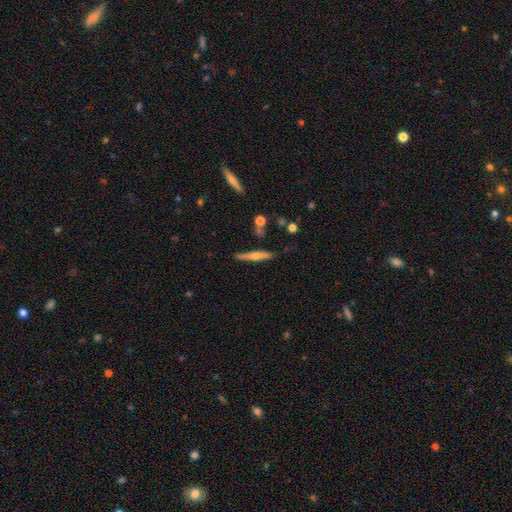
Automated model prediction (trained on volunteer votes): The model was most divided on "smooth or featured": featured or disk: 51%, smooth: 42%, star or artifact: 7%. More confident: edge-on disk — yes (95%); merging — none (80%).